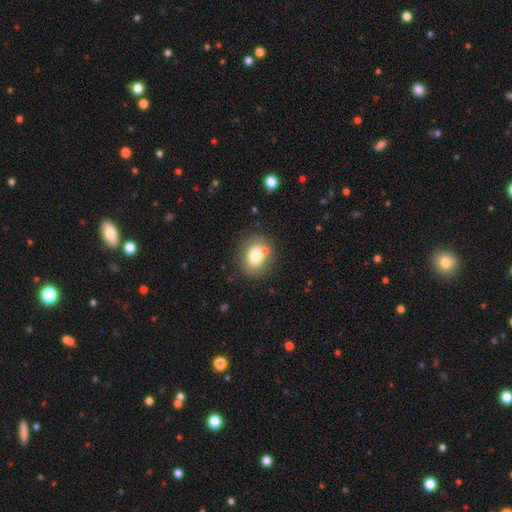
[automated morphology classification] A smooth galaxy with no disk features (72%) that is round (56%).

Vote fractions:
- Smooth or featured? smooth: 72% / featured or disk: 18% / star or artifact: 10%
- How rounded? round: 56% / in between: 43% / cigar-shaped: 1%
- Merging? none: 69% / minor disturbance: 14% / merger: 12% / major disturbance: 5%